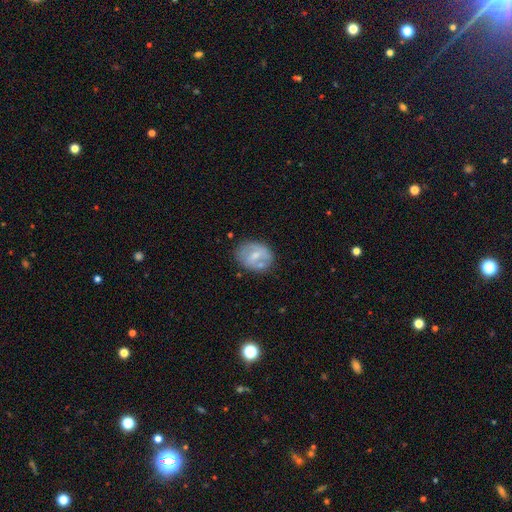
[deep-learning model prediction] smooth_or_featured: featured or disk (p=0.48) [alt: smooth p=0.45]
merging: none (p=0.61) [alt: minor disturbance p=0.23]